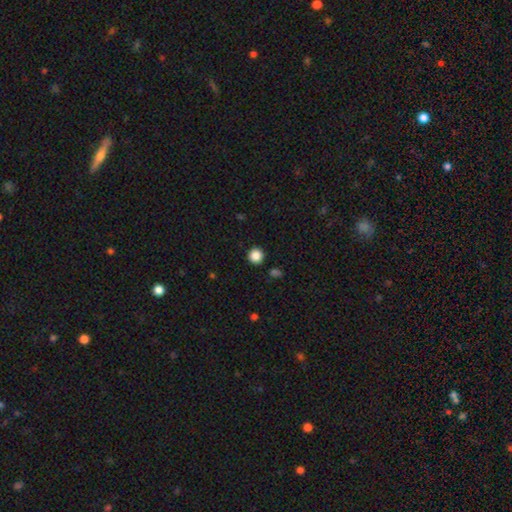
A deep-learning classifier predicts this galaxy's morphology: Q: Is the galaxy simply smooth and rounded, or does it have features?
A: smooth — 87%.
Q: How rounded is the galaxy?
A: round — 95%.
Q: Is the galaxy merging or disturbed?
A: none — 92%.